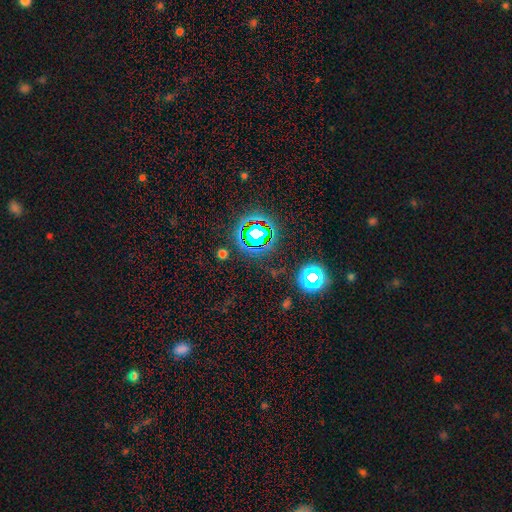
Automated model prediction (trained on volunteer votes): A star or artifact, not a galaxy (78%).

Vote fractions:
- Smooth or featured? star or artifact: 78% / smooth: 14% / featured or disk: 8%